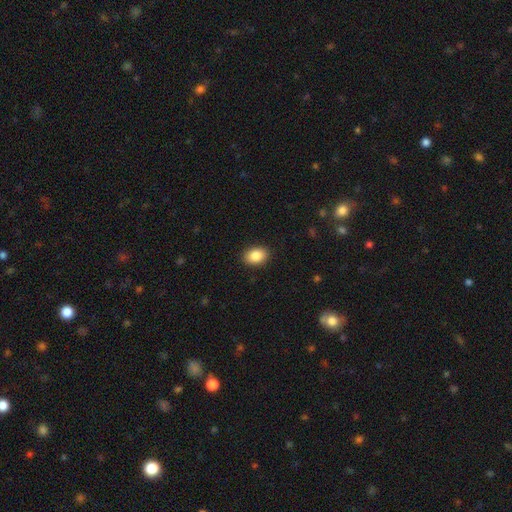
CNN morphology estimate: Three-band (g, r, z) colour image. It shows a smooth galaxy with no disk features (88%) that is in between round and cigar-shaped (78%). Merging: none (90%).